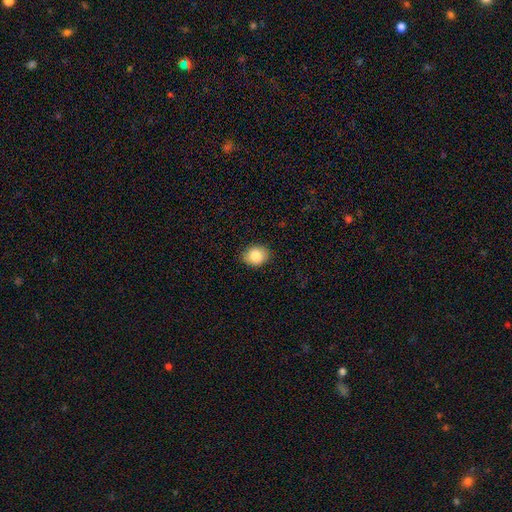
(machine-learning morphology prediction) Smooth or featured? smooth (87%)
How rounded? in between (55%)
Merging? none (85%)